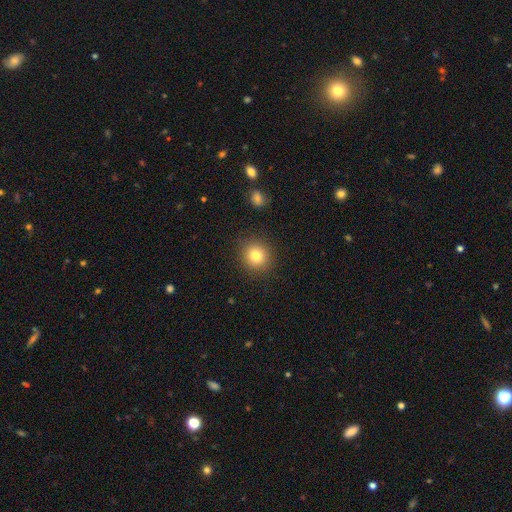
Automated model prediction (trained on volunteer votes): Q: Smooth or featured?
A: smooth (80%); runner-up: star or artifact (12%)
Q: How rounded?
A: round (89%); runner-up: in between (10%)
Q: Merging?
A: none (89%); runner-up: minor disturbance (7%)